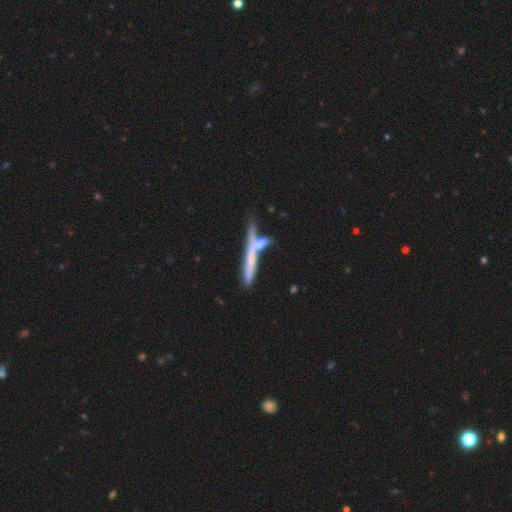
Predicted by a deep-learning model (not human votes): featured or disk 51%, smooth 35%, star or artifact 13%. Down the decision tree: edge-on disk — yes (83%); merging — none (46%).